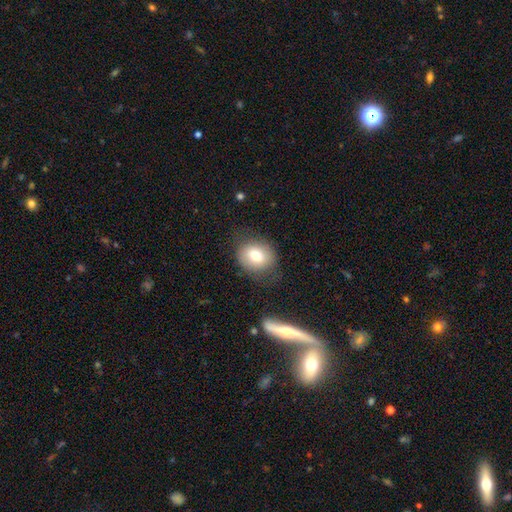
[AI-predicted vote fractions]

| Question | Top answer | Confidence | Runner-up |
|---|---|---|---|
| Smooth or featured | smooth | 77% | featured or disk (15%) |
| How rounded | round | 60% | in between (39%) |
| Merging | none | 75% | minor disturbance (16%) |